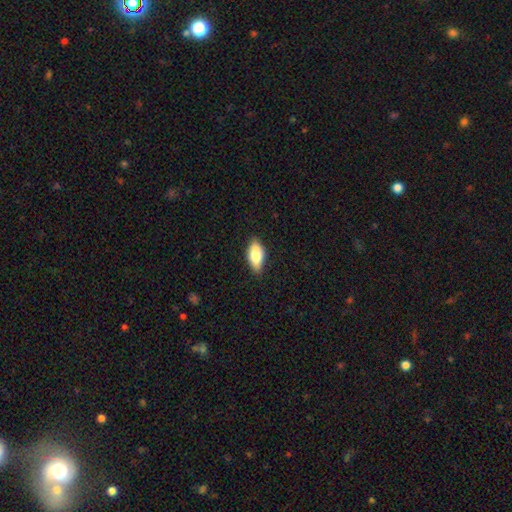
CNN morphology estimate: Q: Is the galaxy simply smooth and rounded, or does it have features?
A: smooth — 77%.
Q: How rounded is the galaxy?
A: in between — 88%.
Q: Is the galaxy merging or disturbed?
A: none — 86%.